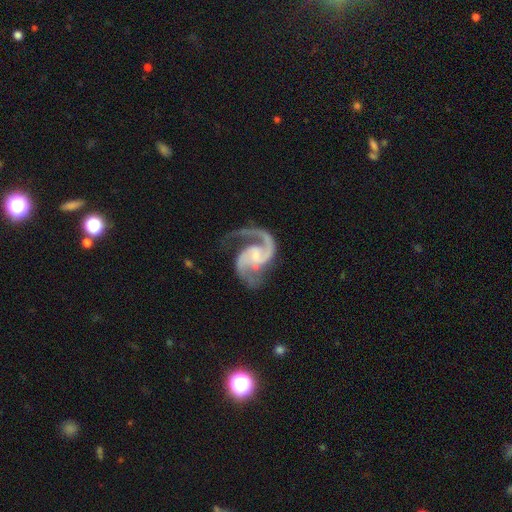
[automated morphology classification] Smooth or featured? featured or disk (94%)
Edge-on disk? no (98%)
Bar? no (46%)
Spiral arms? yes (98%)
Spiral winding? medium (61%)
Spiral arm count? 2 (89%)
Bulge size? small (56%)
Merging? none (63%)